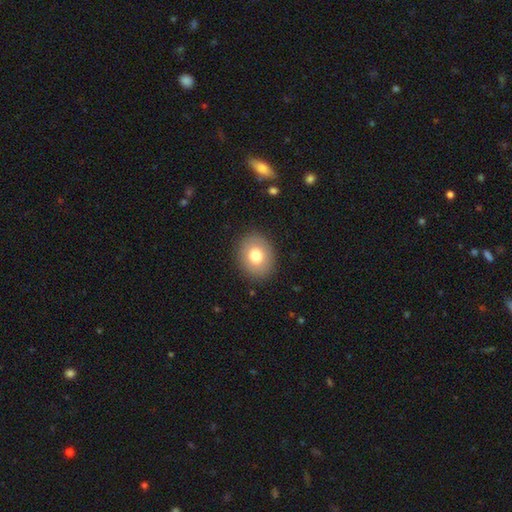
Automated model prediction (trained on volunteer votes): smooth-or-featured: smooth: 77% | featured or disk: 15% | star or artifact: 9%
  how-rounded: round: 52% | in between: 47% | cigar-shaped: 1%
  merging: none: 88% | minor disturbance: 8% | major disturbance: 3% | merger: 1%